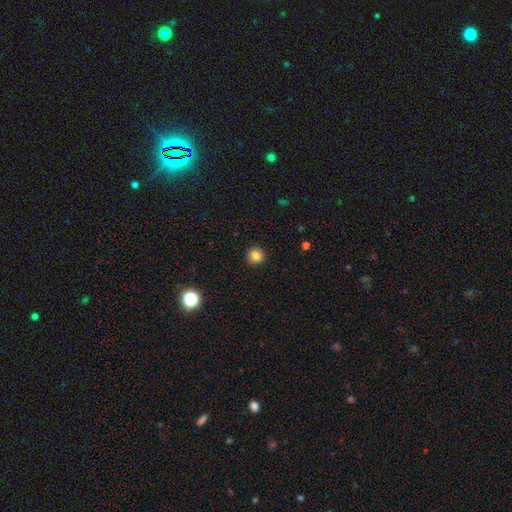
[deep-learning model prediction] This appears to be a smooth galaxy with no disk features (83%) that is round (89%). Merging: none (90%).